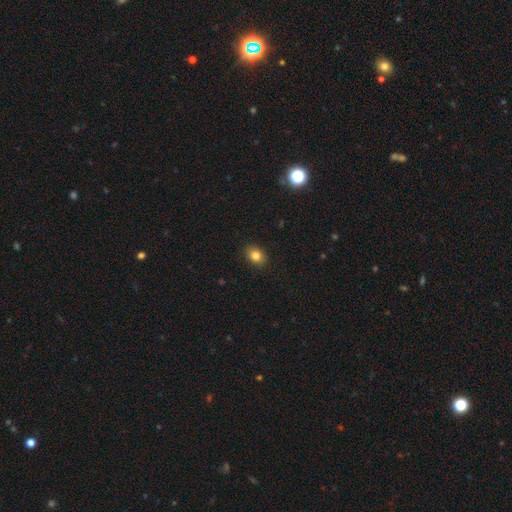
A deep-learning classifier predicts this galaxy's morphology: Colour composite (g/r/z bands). It shows a smooth galaxy with no disk features (83%) that is in between round and cigar-shaped (59%). Merging: none (90%).